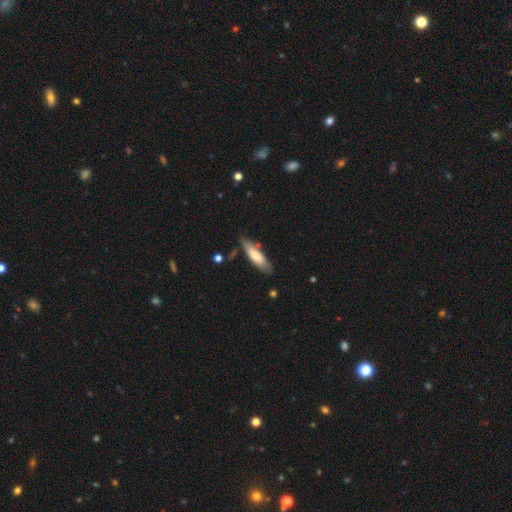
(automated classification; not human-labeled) Morphology: type=smooth (71%); roundness=cigar-shaped (63%); merging=none (76%).